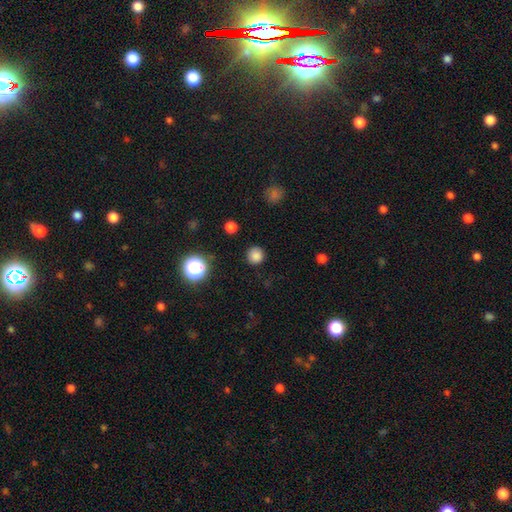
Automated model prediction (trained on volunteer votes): smooth_or_featured: smooth (p=0.82) [alt: star or artifact p=0.14]
how_rounded: round (p=0.94) [alt: in between p=0.05]
merging: none (p=0.89) [alt: minor disturbance p=0.07]